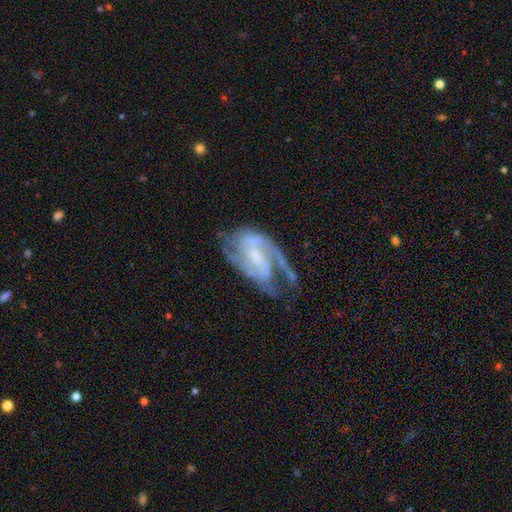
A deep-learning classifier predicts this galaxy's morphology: This is clearly a featured or disk galaxy (87%). It is clearly not viewed edge-on (97%). Bar: possibly weak (48%). Spiral arm pattern: clearly yes (95%). Spiral arm count: likely 2 (67%). Spiral winding: possibly medium (50%). Central bulge: marginally small (40%). Merging: possibly none (52%).